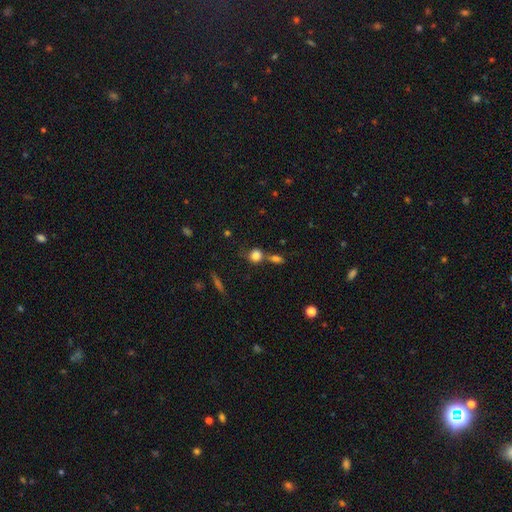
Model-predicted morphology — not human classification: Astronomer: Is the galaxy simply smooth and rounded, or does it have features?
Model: smooth — 80%.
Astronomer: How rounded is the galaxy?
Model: round — 75%.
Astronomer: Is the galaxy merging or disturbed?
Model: none — 48% (runner-up: merger, 33%).